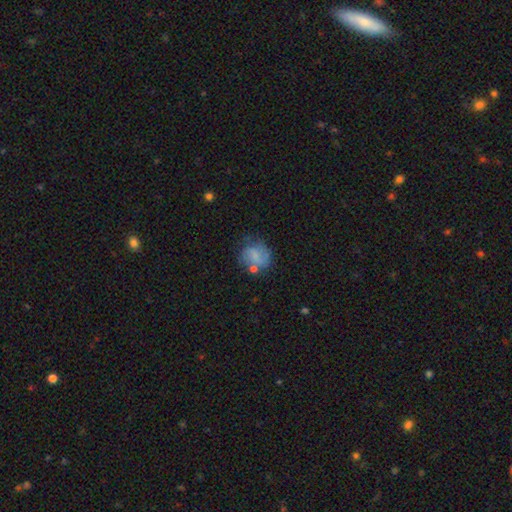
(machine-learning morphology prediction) smooth-or-featured: smooth: 55% | featured or disk: 36% | star or artifact: 10%
  how-rounded: round: 69% | in between: 29% | cigar-shaped: 1%
  merging: none: 52% | minor disturbance: 25% | major disturbance: 15% | merger: 9%